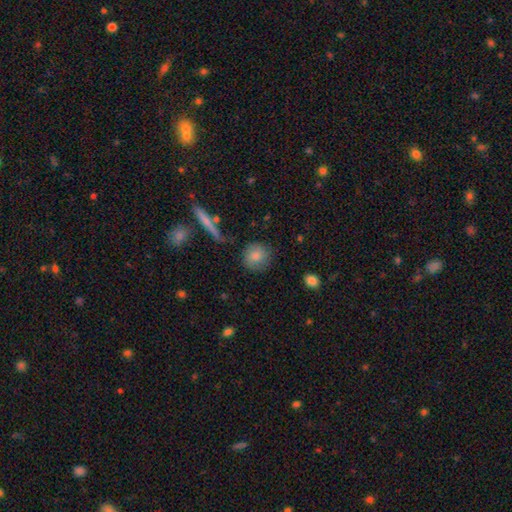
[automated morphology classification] smooth 81%, featured or disk 12%, star or artifact 8%. Down the decision tree: how rounded — round (85%); merging — none (78%).